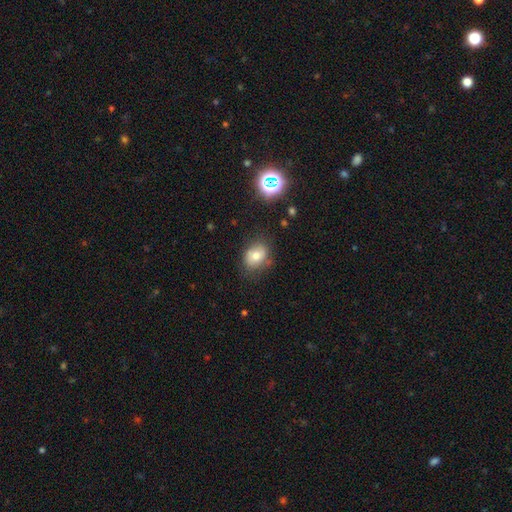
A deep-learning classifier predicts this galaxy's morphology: smooth-or-featured: smooth: 72% | featured or disk: 16% | star or artifact: 12%
  how-rounded: in between: 61% | round: 38% | cigar-shaped: 1%
  merging: none: 71% | minor disturbance: 21% | major disturbance: 5% | merger: 3%